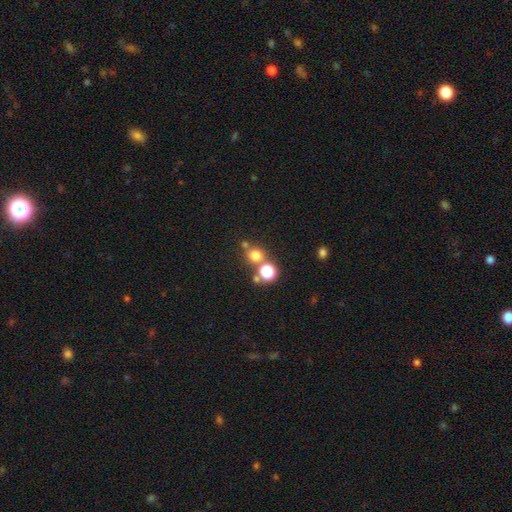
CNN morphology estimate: Smooth or featured: smooth — 71% (star or artifact — 21%)
How rounded: round — 87% (in between — 12%)
Merging: none — 64% (merger — 25%)